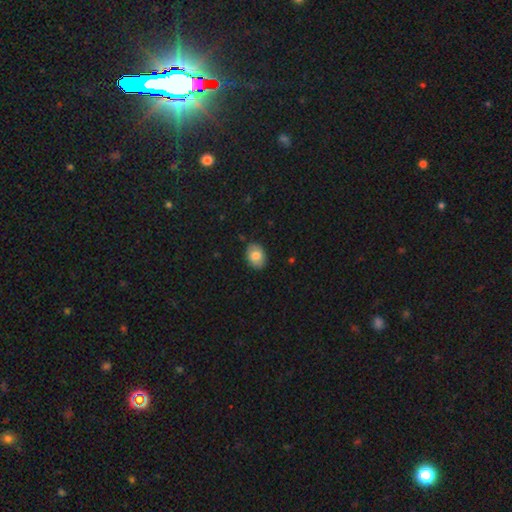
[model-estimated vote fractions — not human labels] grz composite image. It shows a smooth galaxy with no disk features (80%) that is in between round and cigar-shaped (75%). Merging: none (87%).